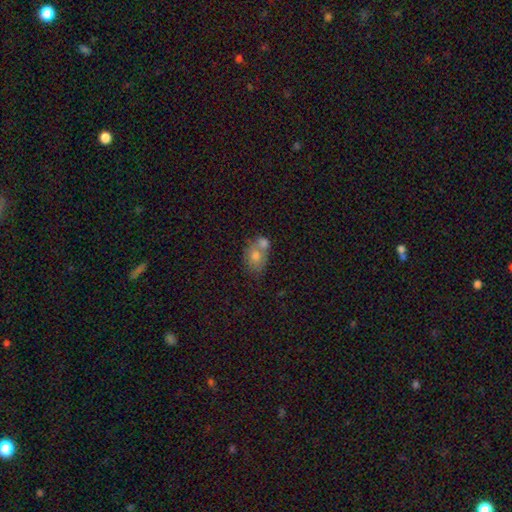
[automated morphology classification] Smooth or featured? Predicted: smooth (p=0.71). How rounded? Predicted: round (p=0.50). Merging? Predicted: merger (p=0.55).